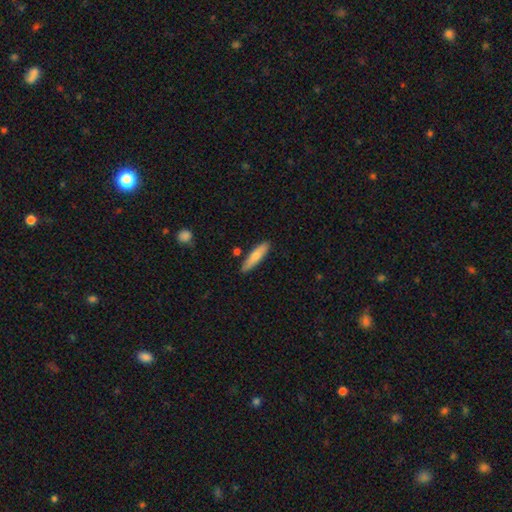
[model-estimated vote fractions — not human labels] A smooth galaxy with no disk features (76%) that is cigar-shaped (77%).

Vote fractions:
- Smooth or featured? smooth: 76% / featured or disk: 18% / star or artifact: 6%
- How rounded? cigar-shaped: 77% / in between: 22% / round: 2%
- Merging? none: 85% / minor disturbance: 10% / merger: 3% / major disturbance: 2%